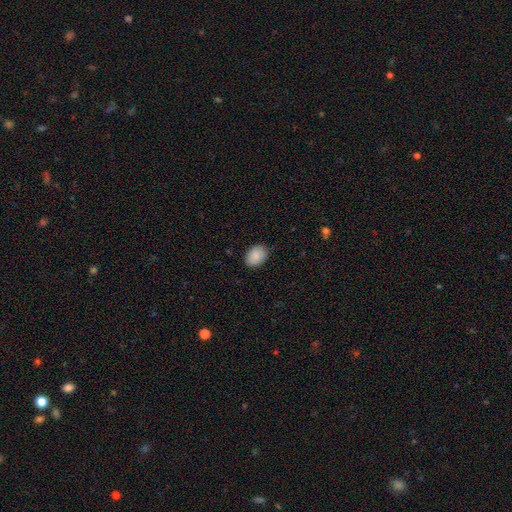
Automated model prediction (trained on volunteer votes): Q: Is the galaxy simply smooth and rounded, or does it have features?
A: smooth — 89%.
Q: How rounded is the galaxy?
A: in between — 74%.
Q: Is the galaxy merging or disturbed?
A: none — 85%.